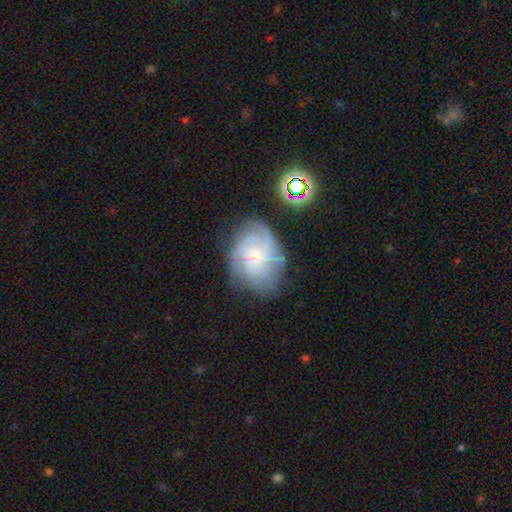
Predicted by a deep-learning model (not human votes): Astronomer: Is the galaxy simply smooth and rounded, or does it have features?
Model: featured or disk — 69%.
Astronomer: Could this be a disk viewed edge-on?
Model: no — 97%.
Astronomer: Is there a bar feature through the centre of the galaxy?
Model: no — 71%.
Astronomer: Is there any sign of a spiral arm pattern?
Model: yes — 87%.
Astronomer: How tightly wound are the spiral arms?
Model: tight — 49% (runner-up: medium, 37%).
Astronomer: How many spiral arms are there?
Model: can't tell — 42% (runner-up: 4, 20%).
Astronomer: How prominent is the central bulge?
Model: small — 73%.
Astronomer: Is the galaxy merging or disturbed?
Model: none — 62%.